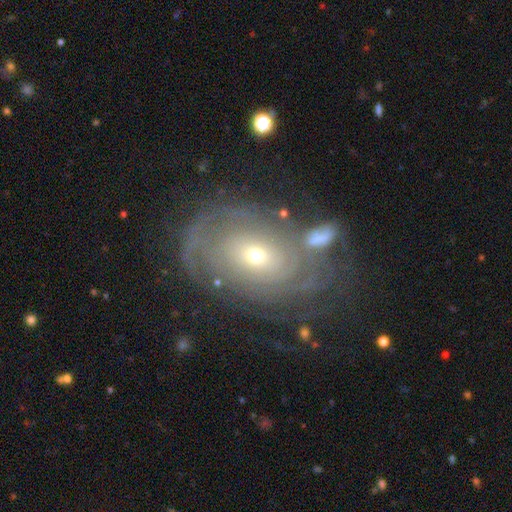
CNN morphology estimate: Overall: featured or disk (78%). Edge-on disk: no (95%). Bar: no (76%). Spiral arms: yes (82%). Spiral arm count: can't tell (56%; 2 17%). Spiral winding: tight (75%). Bulge size: small (62%; moderate 34%). Merging: none (58%; minor disturbance 18%).